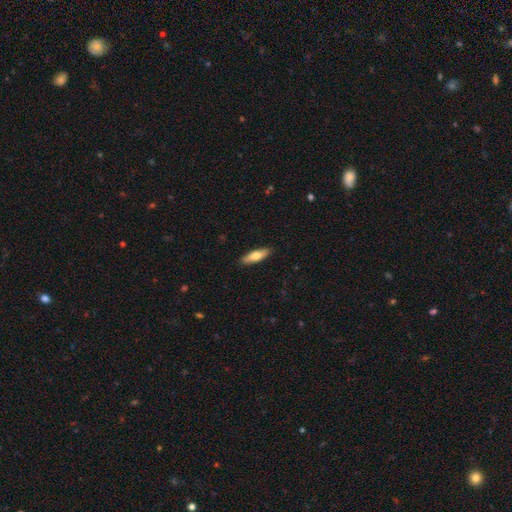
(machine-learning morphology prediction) This appears to be a smooth galaxy with no disk features (73%) that is cigar-shaped (53%). Merging: none (89%).